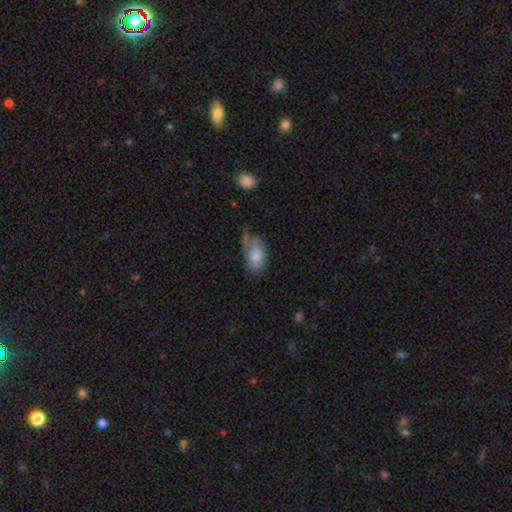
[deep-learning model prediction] Smooth or featured: smooth — 75% (featured or disk — 17%)
How rounded: in between — 91% (round — 7%)
Merging: none — 39% (minor disturbance — 33%)